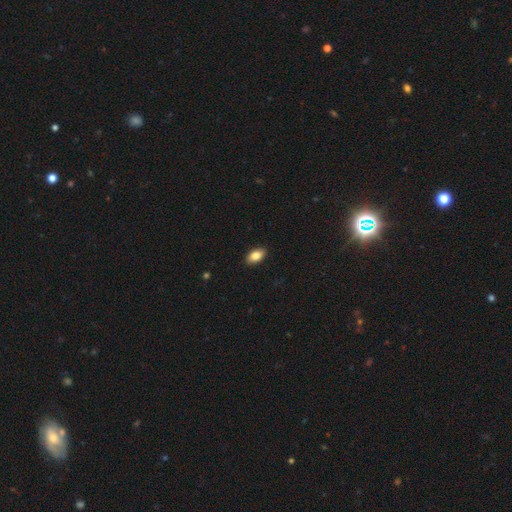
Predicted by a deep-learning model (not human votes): This is clearly a smooth galaxy (84%). How rounded: clearly in between (92%). Merging: clearly none (90%).